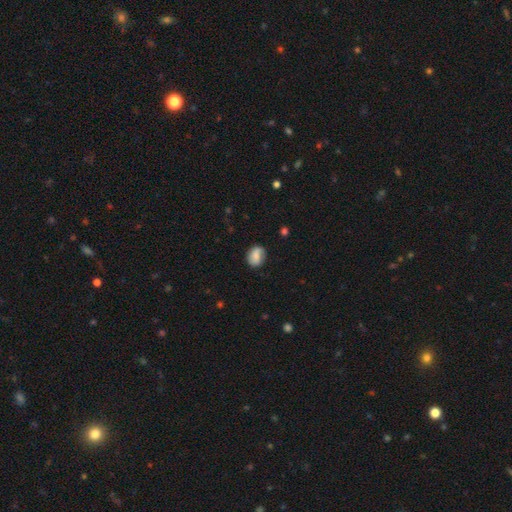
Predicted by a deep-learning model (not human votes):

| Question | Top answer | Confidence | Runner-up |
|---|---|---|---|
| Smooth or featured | smooth | 69% | featured or disk (22%) |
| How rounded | in between | 51% | round (48%) |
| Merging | none | 74% | minor disturbance (19%) |